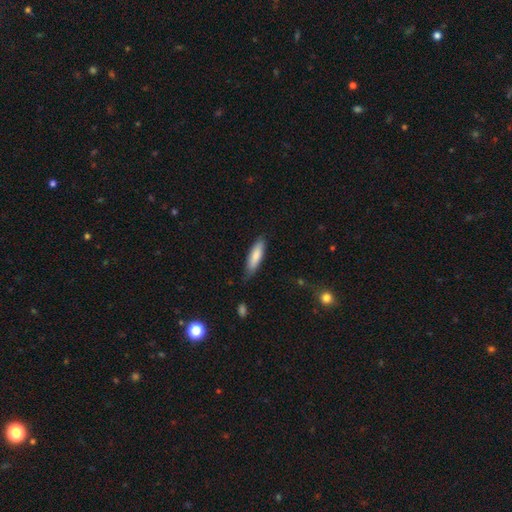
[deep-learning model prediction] Q: Smooth or featured?
A: smooth (80%); runner-up: featured or disk (14%)
Q: How rounded?
A: cigar-shaped (61%); runner-up: in between (37%)
Q: Merging?
A: none (78%); runner-up: minor disturbance (18%)